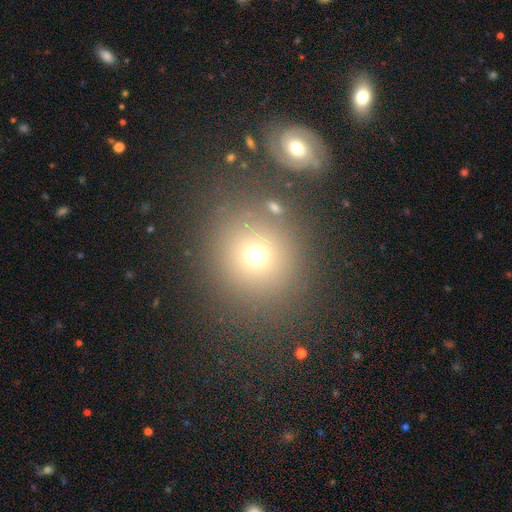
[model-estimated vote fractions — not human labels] Overall: smooth (69%). How rounded: round (87%). Merging: none (75%).